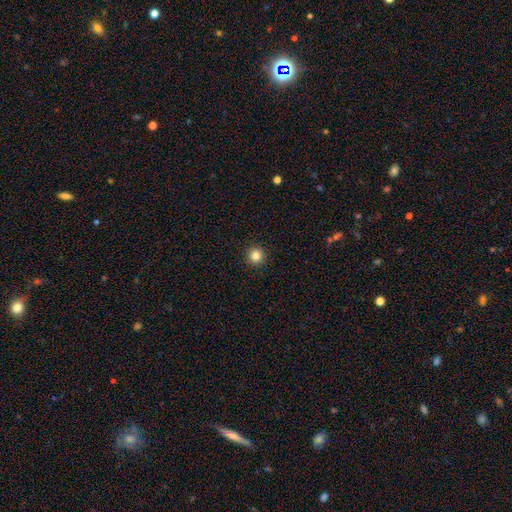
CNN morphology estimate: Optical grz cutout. It shows a smooth galaxy with no disk features (84%) that is round (95%). Merging: none (93%).